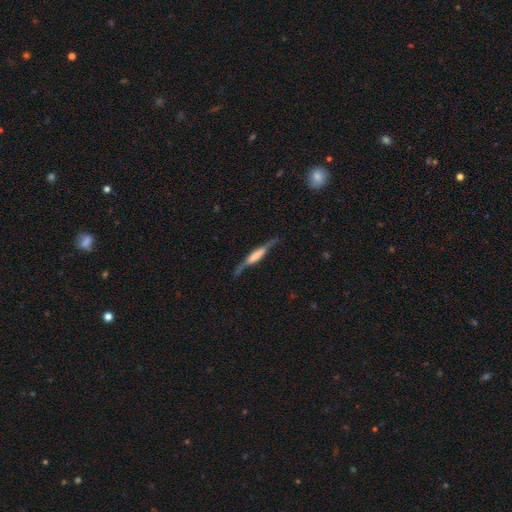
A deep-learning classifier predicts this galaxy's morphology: The model was most divided on "smooth or featured": featured or disk: 67%, smooth: 27%, star or artifact: 6%. More confident: edge-on disk — yes (90%); merging — none (72%); edge-on bulge — boxy (64%).